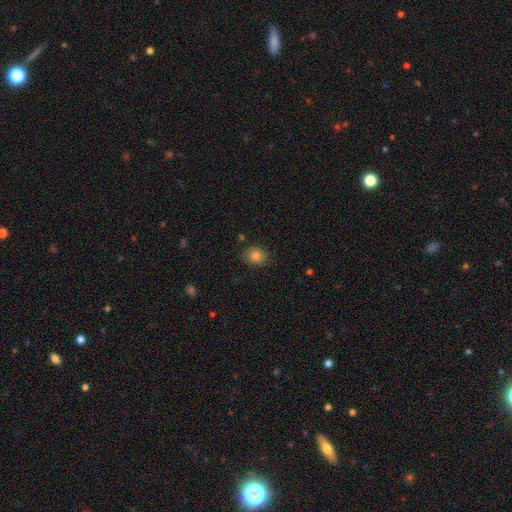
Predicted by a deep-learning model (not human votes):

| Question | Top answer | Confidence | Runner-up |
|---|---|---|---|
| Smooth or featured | smooth | 81% | star or artifact (11%) |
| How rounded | round | 64% | in between (35%) |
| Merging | none | 85% | minor disturbance (11%) |